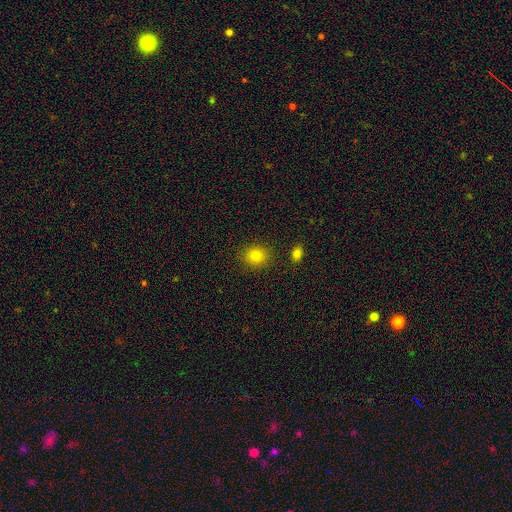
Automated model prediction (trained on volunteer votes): Smooth or featured?
  - smooth: 81% *
  - star or artifact: 12%
  - featured or disk: 7%
How rounded?
  - round: 75% *
  - in between: 24%
  - cigar-shaped: 1%
Merging?
  - none: 87% *
  - minor disturbance: 8%
  - major disturbance: 2%
  - merger: 2%